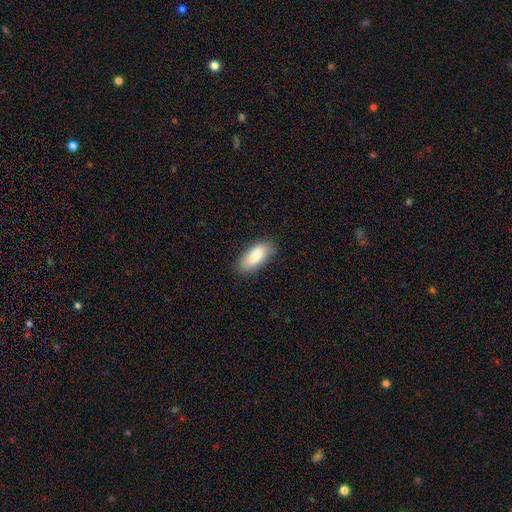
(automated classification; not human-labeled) Smooth or featured? Predicted: smooth (p=0.83). How rounded? Predicted: in between (p=0.88). Merging? Predicted: none (p=0.83).